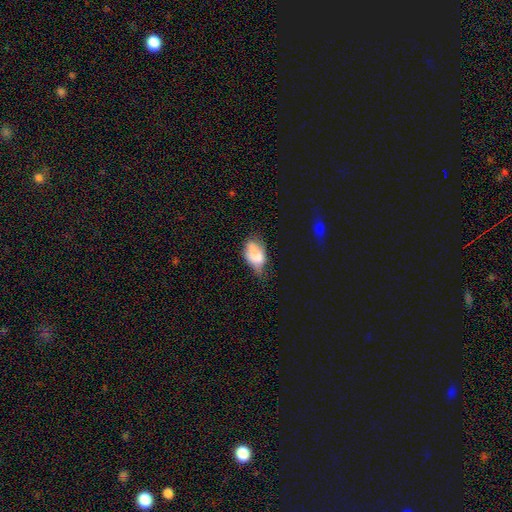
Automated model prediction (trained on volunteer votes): The model was most divided on "merging": minor disturbance: 42%, none: 31%, major disturbance: 22%, merger: 5%. More confident: how rounded — in between (88%); smooth or featured — smooth (69%).